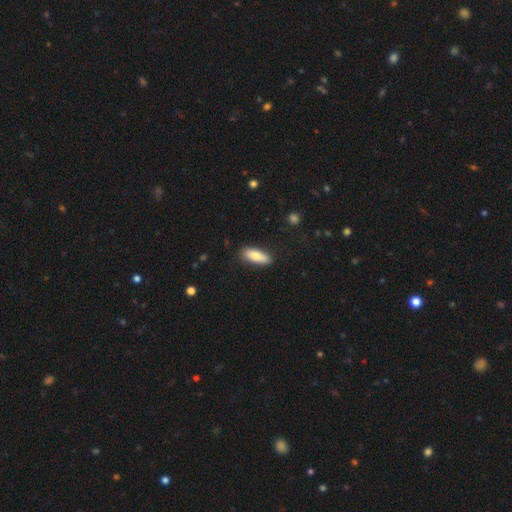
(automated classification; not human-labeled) The model was most divided on "how rounded": in between: 65%, cigar-shaped: 32%, round: 2%. More confident: merging — none (86%); smooth or featured — smooth (77%).